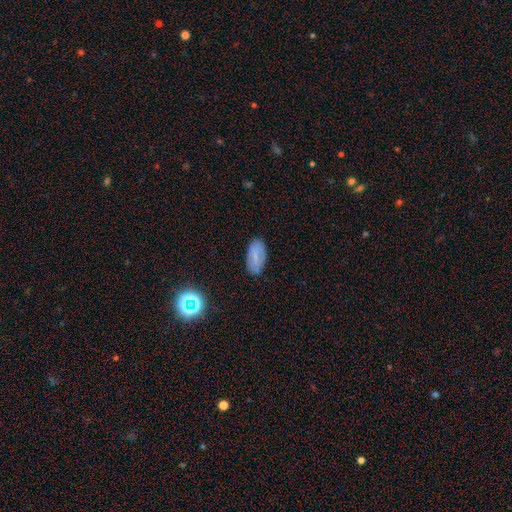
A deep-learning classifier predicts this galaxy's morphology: Smooth or featured?
  - smooth: 63% *
  - featured or disk: 25%
  - star or artifact: 12%
How rounded?
  - in between: 93% *
  - round: 4%
  - cigar-shaped: 3%
Merging?
  - none: 82% *
  - minor disturbance: 13%
  - major disturbance: 3%
  - merger: 1%